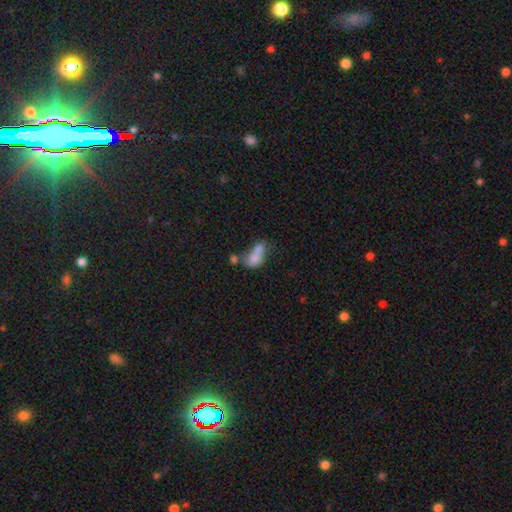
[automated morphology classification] A smooth galaxy with no disk features (69%) that is in between round and cigar-shaped (76%). Merging: merger (63%).